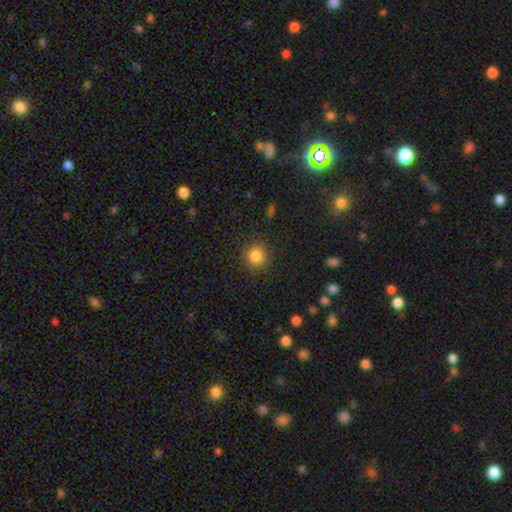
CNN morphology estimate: smooth-or-featured: smooth: 84% | star or artifact: 11% | featured or disk: 5%
  how-rounded: round: 90% | in between: 9% | cigar-shaped: 1%
  merging: none: 87% | minor disturbance: 9% | major disturbance: 3% | merger: 1%